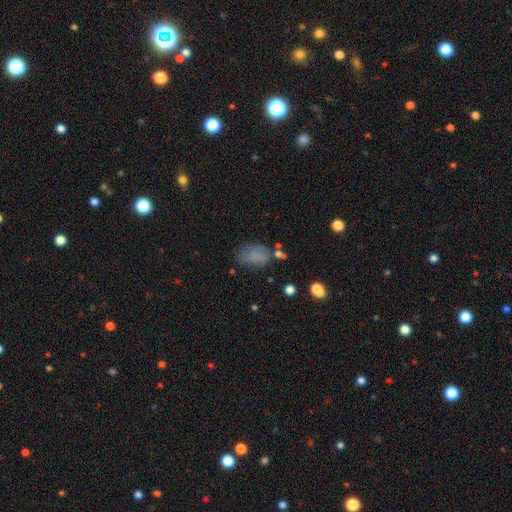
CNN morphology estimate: A smooth galaxy with no disk features (70%) that is in between round and cigar-shaped (85%). Merging: none (45%).